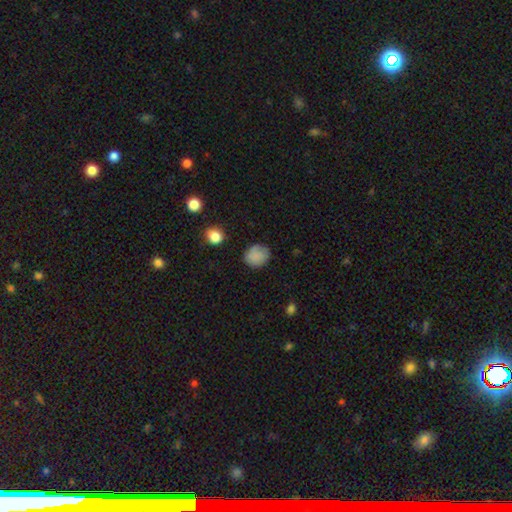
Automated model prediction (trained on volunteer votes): Q: Smooth or featured?
A: smooth (85%); runner-up: star or artifact (9%)
Q: How rounded?
A: round (72%); runner-up: in between (27%)
Q: Merging?
A: none (78%); runner-up: minor disturbance (17%)